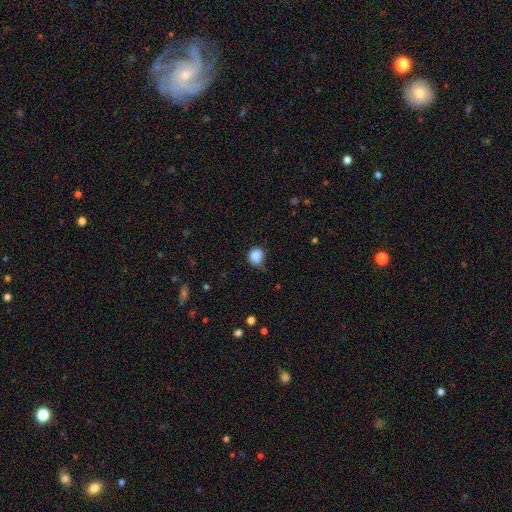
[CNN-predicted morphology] smooth_or_featured: smooth (p=0.85) [alt: star or artifact p=0.10]
how_rounded: round (p=0.80) [alt: in between p=0.20]
merging: none (p=0.63) [alt: minor disturbance p=0.29]